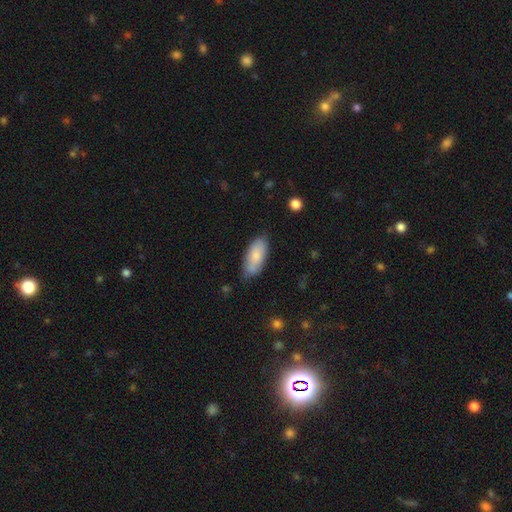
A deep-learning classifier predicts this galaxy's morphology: smooth-or-featured: smooth: 79% | featured or disk: 15% | star or artifact: 6%
  how-rounded: in between: 86% | cigar-shaped: 12% | round: 2%
  merging: none: 70% | minor disturbance: 23% | major disturbance: 4% | merger: 2%